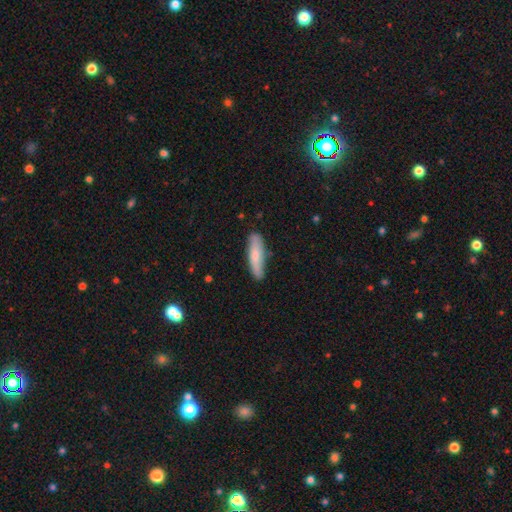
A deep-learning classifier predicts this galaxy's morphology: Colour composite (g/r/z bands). It shows a smooth galaxy with no disk features (73%) that is cigar-shaped (72%). Merging: none (82%).